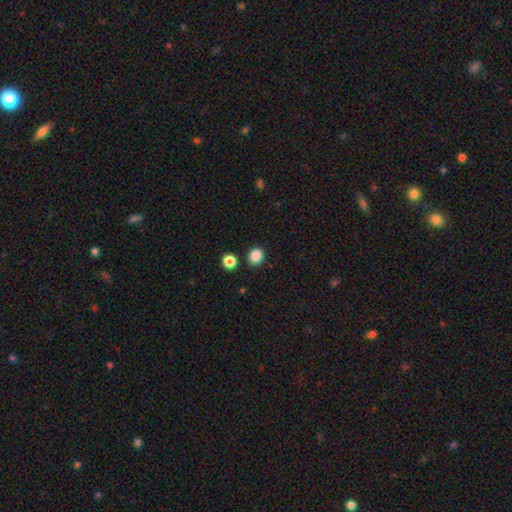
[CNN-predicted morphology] Overall: smooth (87%). How rounded: round (79%). Merging: none (86%).